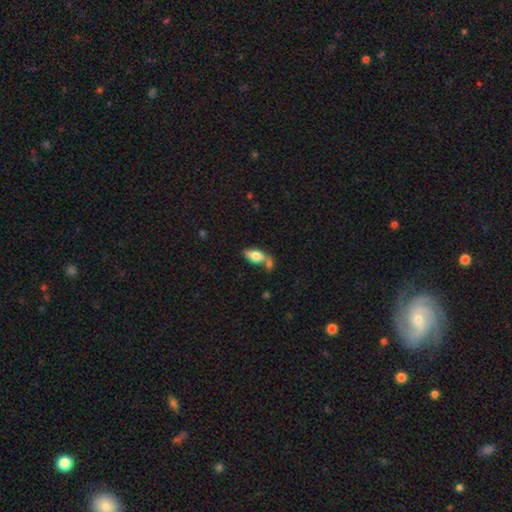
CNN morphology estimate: This is likely a smooth galaxy (75%). How rounded: clearly in between (89%). Merging: marginally none (43%).